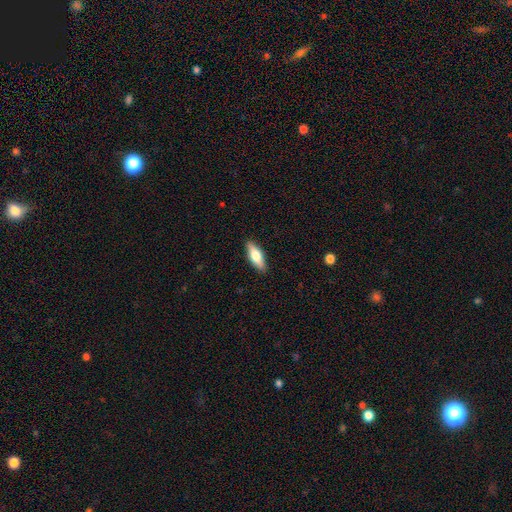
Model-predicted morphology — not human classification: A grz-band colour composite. It shows a smooth galaxy with no disk features (70%) that is in between round and cigar-shaped (62%). Merging: none (89%).